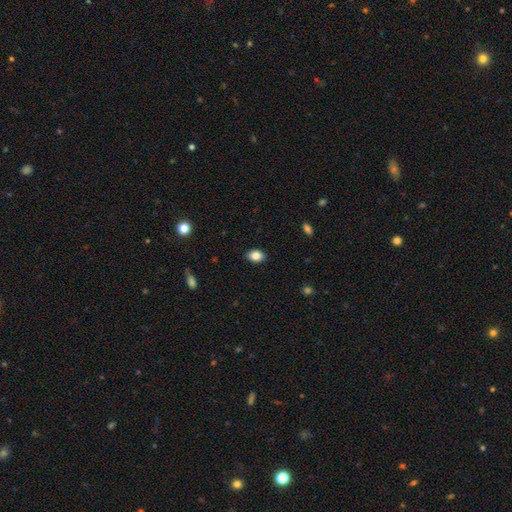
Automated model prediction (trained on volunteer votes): Smooth or featured?
  - smooth: 85% *
  - star or artifact: 9%
  - featured or disk: 7%
How rounded?
  - in between: 81% *
  - round: 18%
  - cigar-shaped: 1%
Merging?
  - none: 88% *
  - minor disturbance: 9%
  - major disturbance: 2%
  - merger: 1%